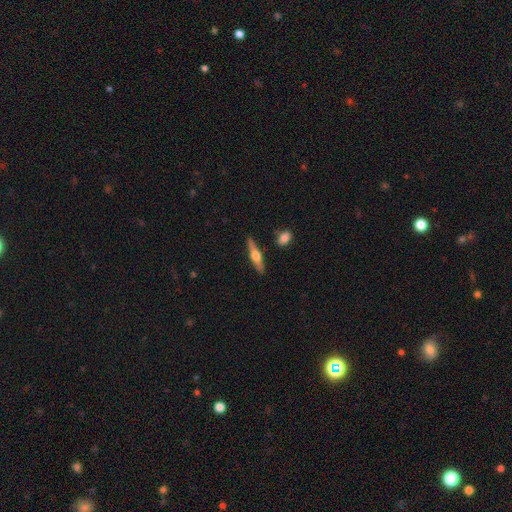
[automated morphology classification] Smooth or featured?
  - featured or disk: 60% *
  - smooth: 34%
  - star or artifact: 6%
Edge-on disk?
  - yes: 95% *
  - no: 5%
Edge-on bulge?
  - rounded: 92% *
  - boxy: 5%
  - none: 3%
Merging?
  - none: 86% *
  - minor disturbance: 9%
  - merger: 3%
  - major disturbance: 2%